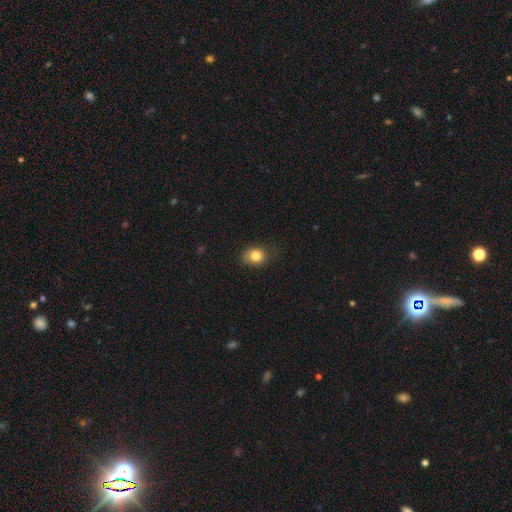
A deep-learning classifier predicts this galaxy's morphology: smooth_or_featured: smooth (p=0.83) [alt: star or artifact p=0.10]
how_rounded: round (p=0.55) [alt: in between p=0.44]
merging: none (p=0.72) [alt: minor disturbance p=0.22]